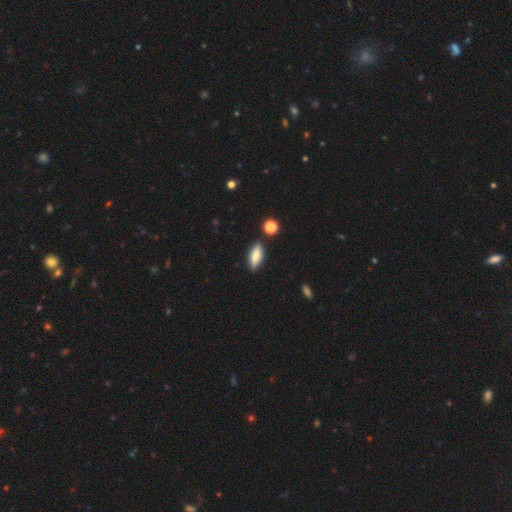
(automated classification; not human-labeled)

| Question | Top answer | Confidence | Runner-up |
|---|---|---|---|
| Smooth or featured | smooth | 68% | featured or disk (24%) |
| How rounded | in between | 64% | cigar-shaped (33%) |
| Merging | none | 86% | minor disturbance (9%) |